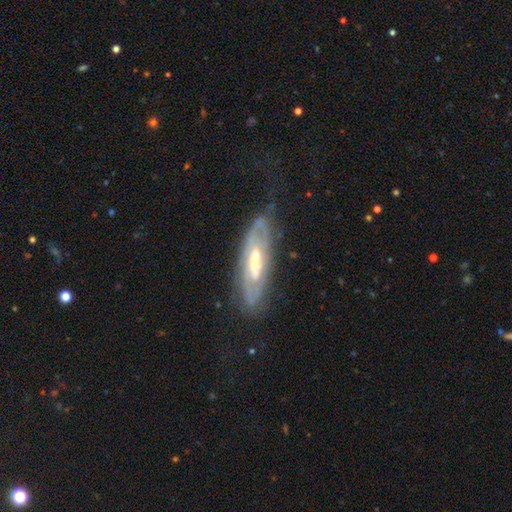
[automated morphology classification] The model was most divided on "bar": weak: 38%, no: 31%, strong: 30%. Remaining: smooth or featured — featured or disk (73%); edge-on disk — no (72%); spiral arms — yes (71%); merging — none (70%); bulge size — moderate (46%).